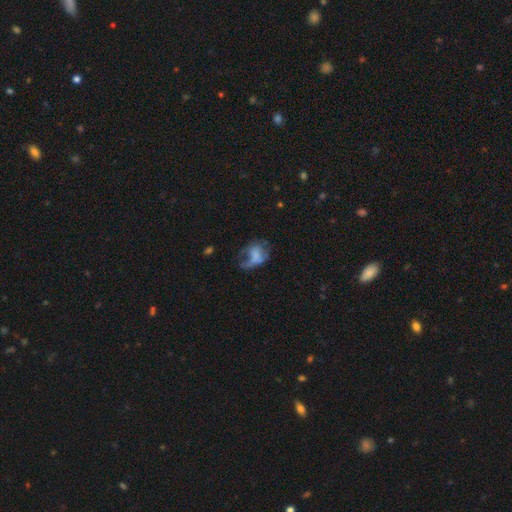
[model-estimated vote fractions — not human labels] Smooth or featured?
  - smooth: 48% *
  - featured or disk: 40%
  - star or artifact: 12%
Merging?
  - major disturbance: 47% *
  - none: 25%
  - minor disturbance: 22%
  - merger: 6%